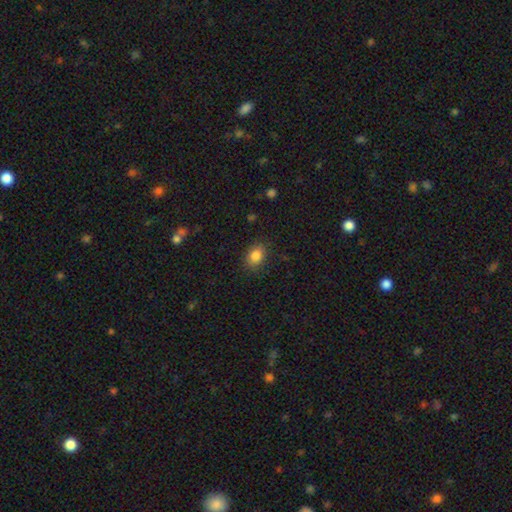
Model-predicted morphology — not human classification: smooth 85%, star or artifact 9%, featured or disk 6%. Down the decision tree: how rounded — in between (72%); merging — none (84%).